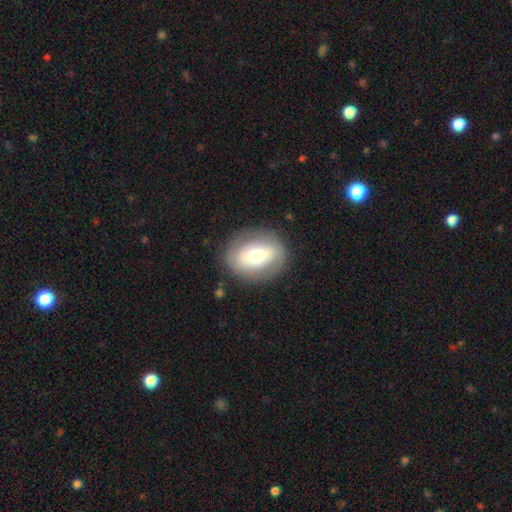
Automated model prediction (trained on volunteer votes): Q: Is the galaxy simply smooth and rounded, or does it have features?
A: smooth — 57%.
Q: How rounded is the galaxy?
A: in between — 54%.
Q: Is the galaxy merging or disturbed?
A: none — 83%.